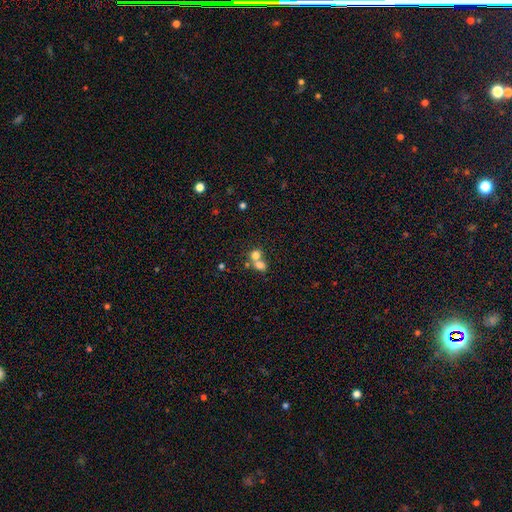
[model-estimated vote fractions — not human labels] Smooth or featured? Predicted: smooth (p=0.74). How rounded? Predicted: round (p=0.67). Merging? Predicted: merger (p=0.62).